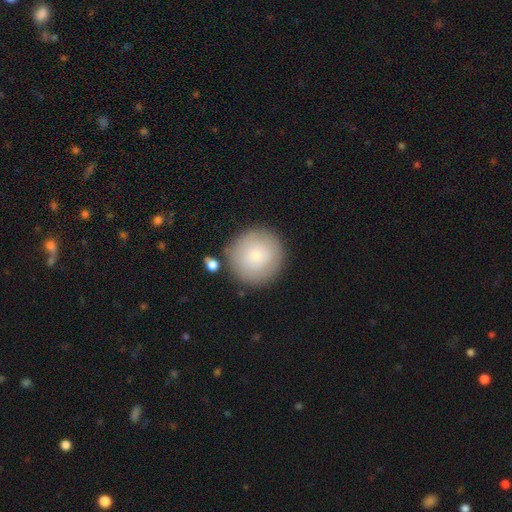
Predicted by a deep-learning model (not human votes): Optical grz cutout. It shows a smooth galaxy with no disk features (79%) that is round (95%). Merging: none (83%).